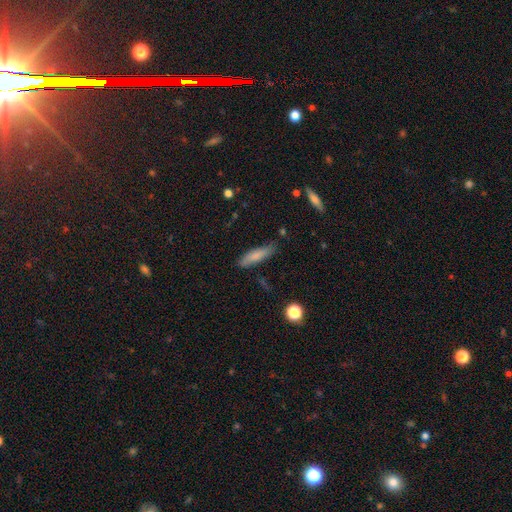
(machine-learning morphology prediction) Smooth or featured?
  - smooth: 78% *
  - featured or disk: 15%
  - star or artifact: 7%
How rounded?
  - cigar-shaped: 71% *
  - in between: 28%
  - round: 2%
Merging?
  - none: 81% *
  - minor disturbance: 14%
  - major disturbance: 3%
  - merger: 2%